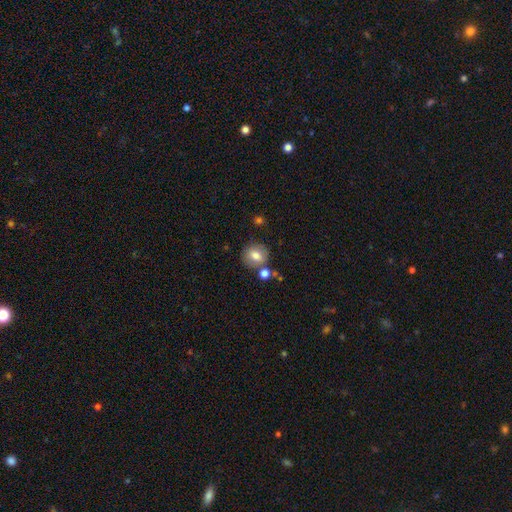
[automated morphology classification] Overall: smooth (78%). How rounded: round (79%). Merging: none (72%).